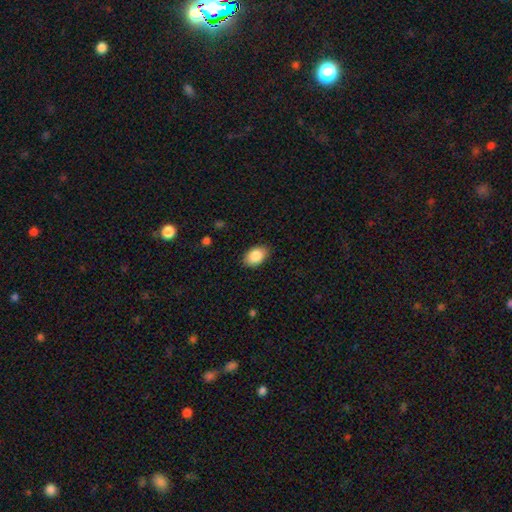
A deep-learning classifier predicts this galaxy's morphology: Overall: smooth (88%). How rounded: in between (88%). Merging: none (85%).